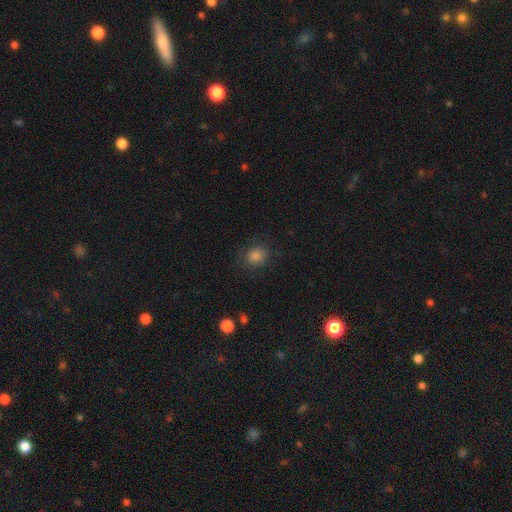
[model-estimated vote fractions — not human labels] This is clearly a smooth galaxy (80%). How rounded: likely round (71%). Merging: clearly none (80%).